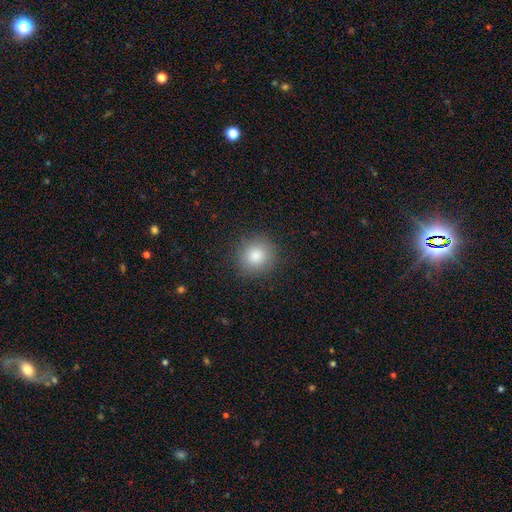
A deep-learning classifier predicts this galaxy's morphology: This appears to be a smooth galaxy with no disk features (84%) that is round (92%). Merging: none (89%).